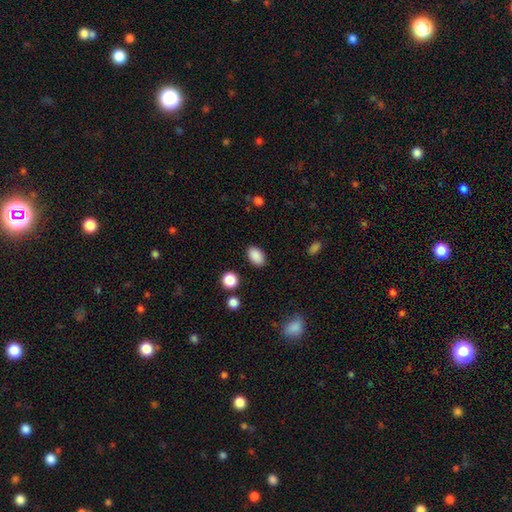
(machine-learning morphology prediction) Smooth or featured?
  - smooth: 89% *
  - star or artifact: 8%
  - featured or disk: 3%
How rounded?
  - in between: 89% *
  - round: 10%
  - cigar-shaped: 1%
Merging?
  - none: 87% *
  - minor disturbance: 9%
  - major disturbance: 3%
  - merger: 2%